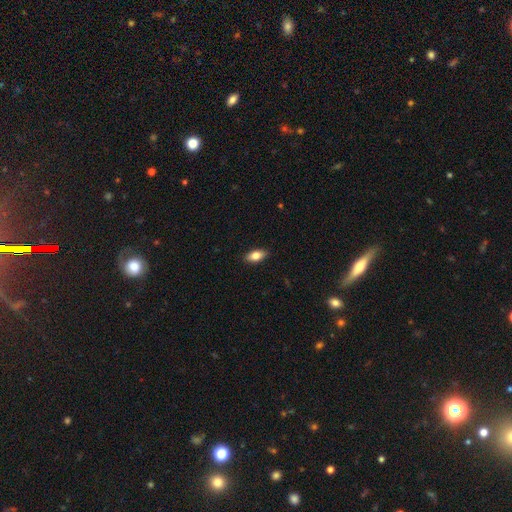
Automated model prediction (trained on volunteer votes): Smooth or featured?
  - smooth: 80% *
  - featured or disk: 13%
  - star or artifact: 7%
How rounded?
  - in between: 88% *
  - cigar-shaped: 8%
  - round: 4%
Merging?
  - none: 89% *
  - minor disturbance: 9%
  - major disturbance: 2%
  - merger: 1%